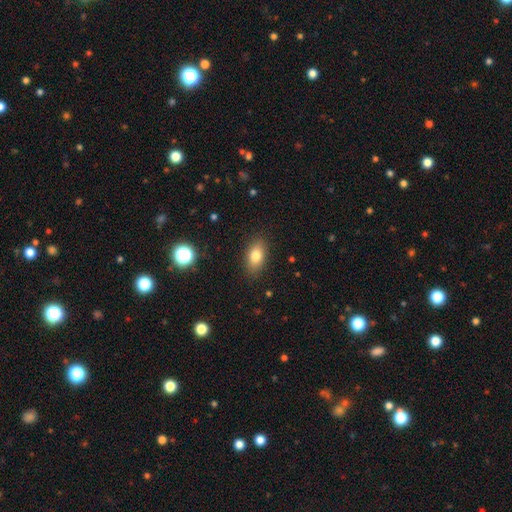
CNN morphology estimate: smooth-or-featured: smooth: 80% | featured or disk: 11% | star or artifact: 9%
  how-rounded: in between: 87% | round: 9% | cigar-shaped: 5%
  merging: none: 86% | minor disturbance: 10% | major disturbance: 3% | merger: 1%